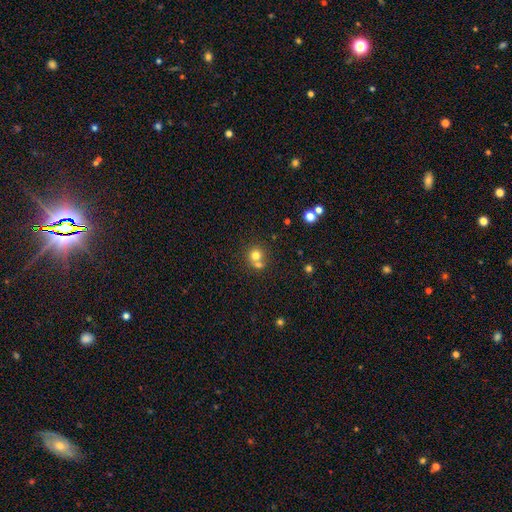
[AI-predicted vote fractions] Overall: smooth (74%). How rounded: round (87%). Merging: none (49%; merger 41%).